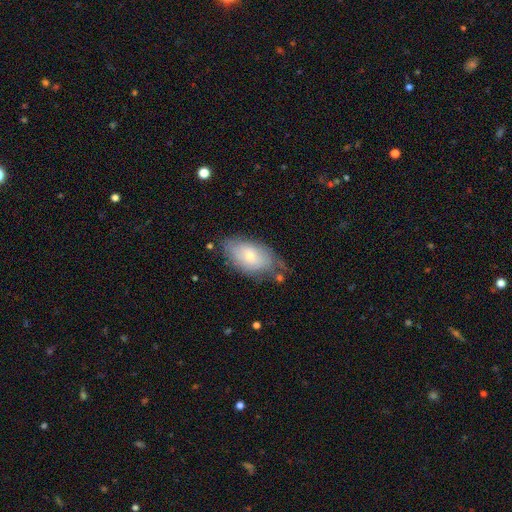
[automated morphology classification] Smooth or featured? Predicted: smooth (p=0.58). How rounded? Predicted: in between (p=0.92). Merging? Predicted: none (p=0.56).